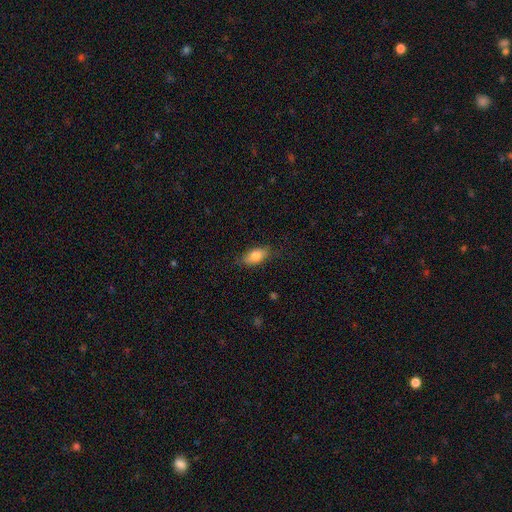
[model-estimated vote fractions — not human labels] Smooth or featured? smooth (80%)
How rounded? in between (87%)
Merging? none (81%)